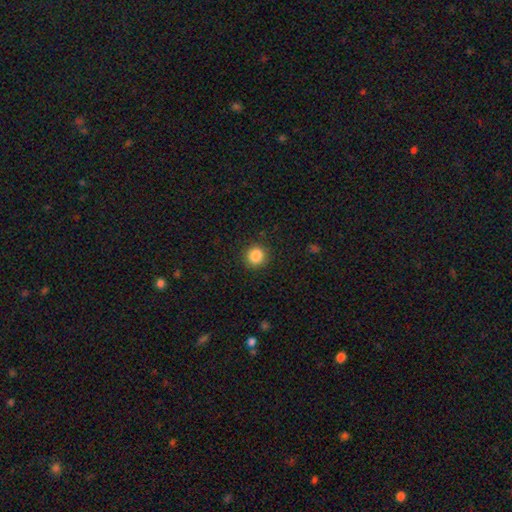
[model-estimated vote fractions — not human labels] Q: Smooth or featured?
A: smooth (86%); runner-up: star or artifact (10%)
Q: How rounded?
A: round (93%); runner-up: in between (6%)
Q: Merging?
A: none (91%); runner-up: minor disturbance (6%)